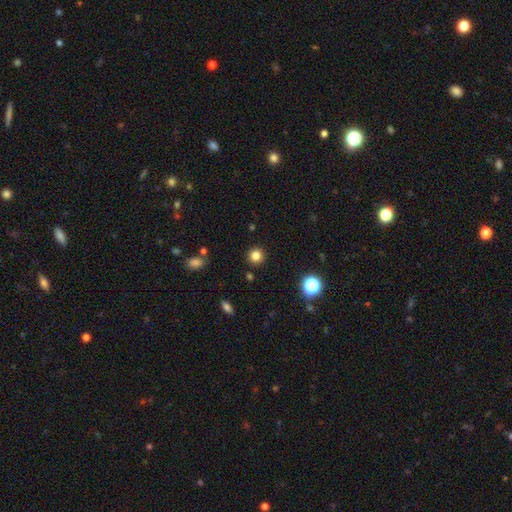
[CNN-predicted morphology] smooth 82%, star or artifact 14%, featured or disk 5%. Down the decision tree: how rounded — round (94%); merging — none (91%).